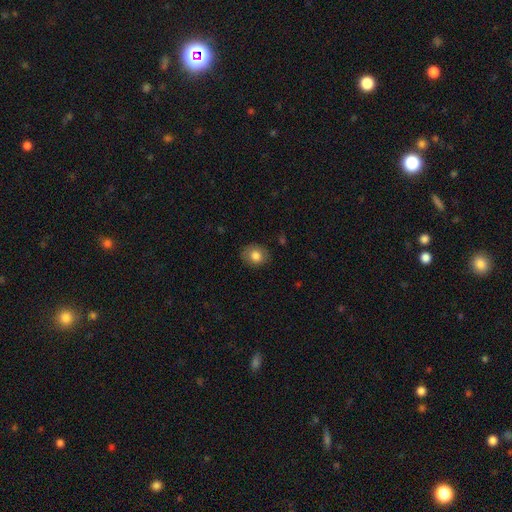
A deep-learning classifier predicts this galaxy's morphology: Overall: smooth (81%). How rounded: round (58%; in between 41%). Merging: none (83%).